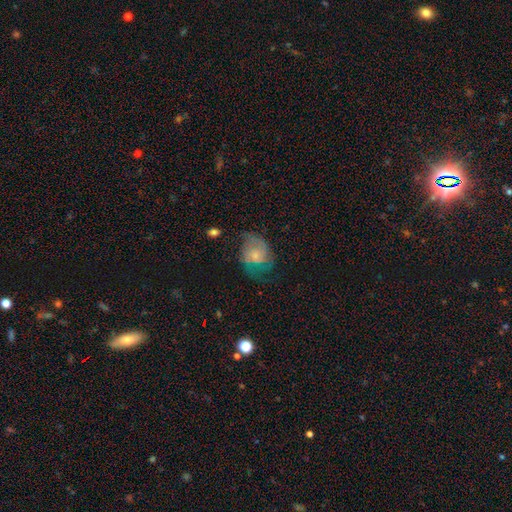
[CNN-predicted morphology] smooth_or_featured: featured or disk (p=0.49) [alt: smooth p=0.42]
merging: none (p=0.46) [alt: minor disturbance p=0.27]